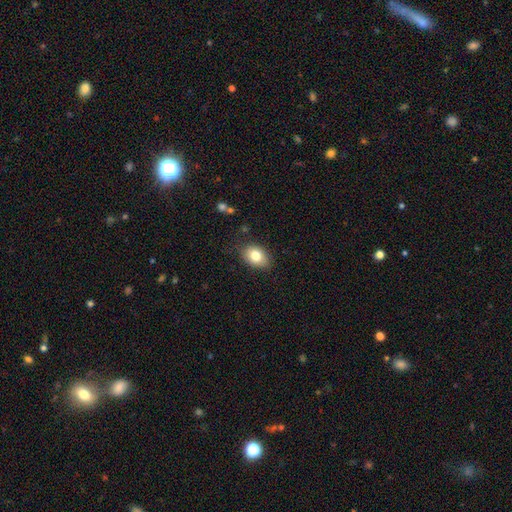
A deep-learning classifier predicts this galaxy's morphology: Smooth or featured? Predicted: smooth (p=0.80). How rounded? Predicted: in between (p=0.78). Merging? Predicted: none (p=0.81).